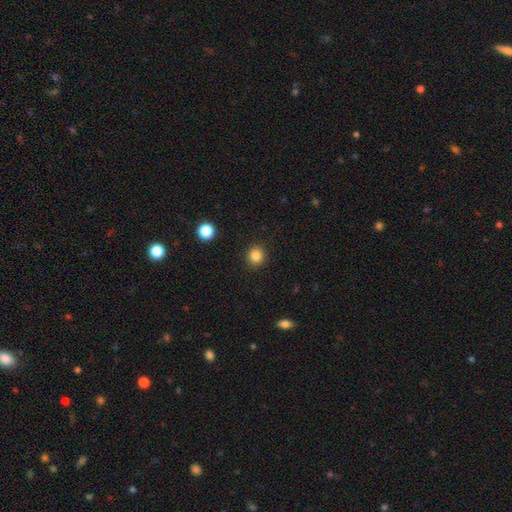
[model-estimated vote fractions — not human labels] This is clearly a smooth galaxy (84%). How rounded: clearly round (90%). Merging: clearly none (91%).